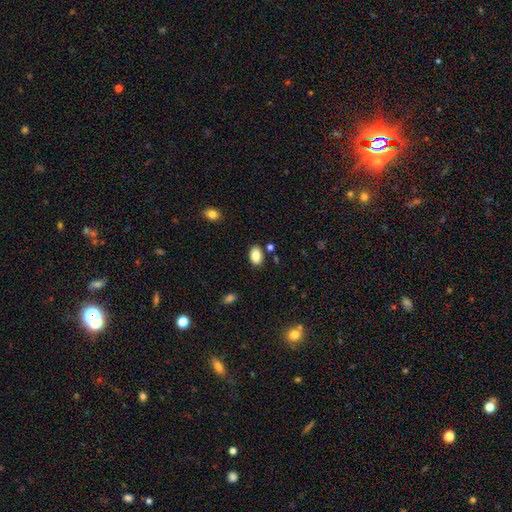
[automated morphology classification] Overall: smooth (86%). How rounded: in between (90%). Merging: none (83%).